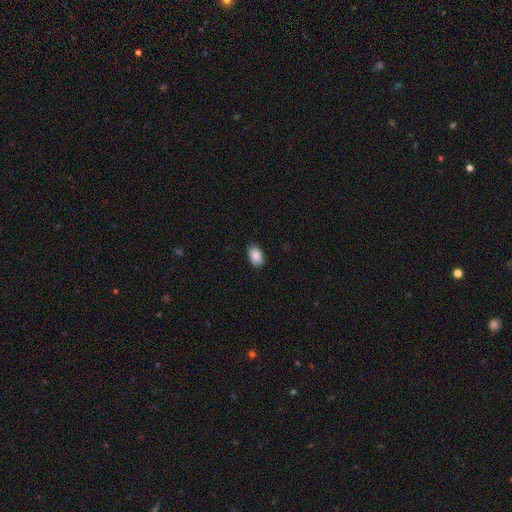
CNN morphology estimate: smooth-or-featured: smooth: 89% | star or artifact: 7% | featured or disk: 4%
  how-rounded: in between: 91% | round: 7% | cigar-shaped: 1%
  merging: none: 88% | minor disturbance: 9% | major disturbance: 2% | merger: 1%